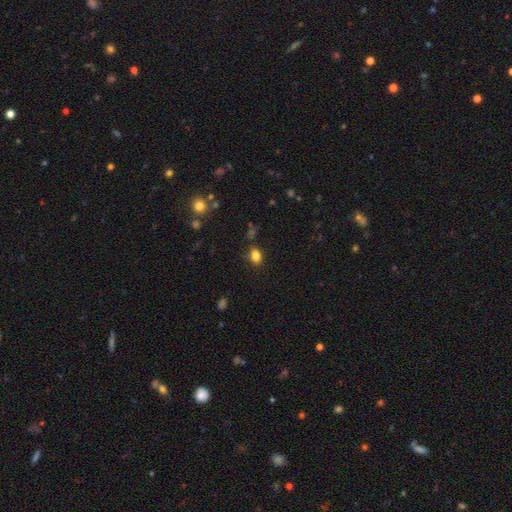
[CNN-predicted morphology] Smooth or featured? smooth (82%)
How rounded? in between (77%)
Merging? none (80%)